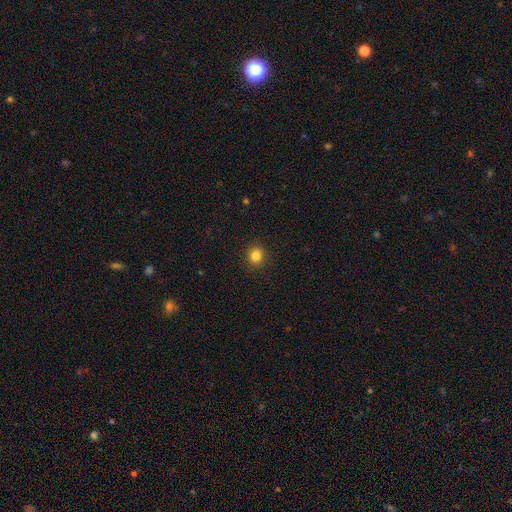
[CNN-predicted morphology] This appears to be a smooth galaxy with no disk features (84%) that is round (80%). Merging: none (91%).